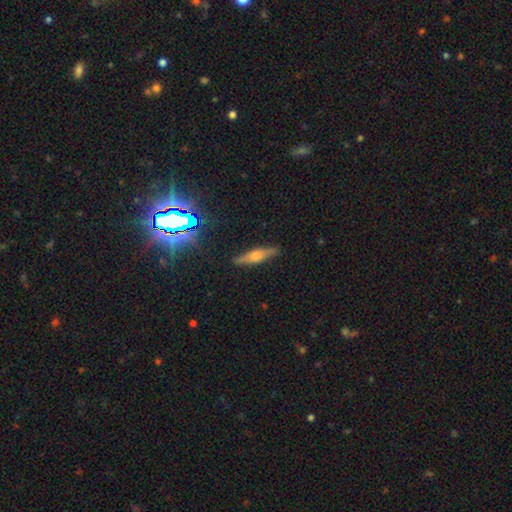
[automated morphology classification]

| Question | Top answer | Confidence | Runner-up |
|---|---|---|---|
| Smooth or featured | smooth | 45% | tied: featured or disk (45%) |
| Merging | none | 85% | minor disturbance (11%) |